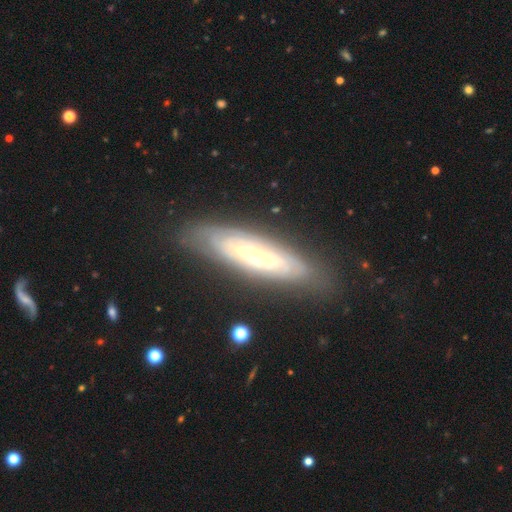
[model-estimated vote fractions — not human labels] Smooth or featured?
  - featured or disk: 71% *
  - smooth: 22%
  - star or artifact: 7%
Edge-on disk?
  - no: 69% *
  - yes: 31%
Merging?
  - none: 80% *
  - minor disturbance: 14%
  - major disturbance: 4%
  - merger: 2%